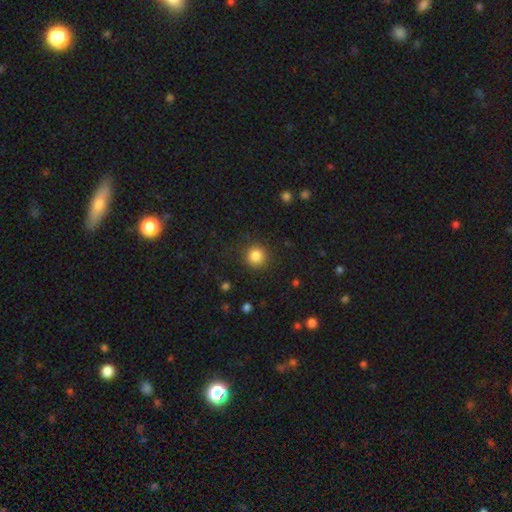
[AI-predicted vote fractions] A smooth galaxy with no disk features (85%) that is round (94%).

Vote fractions:
- Smooth or featured? smooth: 85% / star or artifact: 11% / featured or disk: 4%
- How rounded? round: 94% / in between: 5% / cigar-shaped: 1%
- Merging? none: 89% / minor disturbance: 7% / major disturbance: 3% / merger: 1%